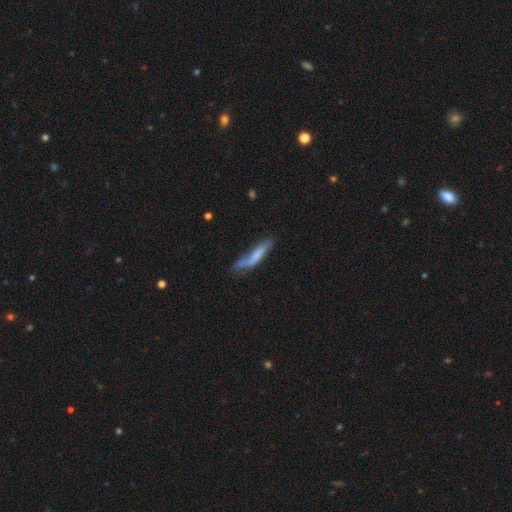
Smooth or featured: smooth — 56% (featured or disk — 38%)
How rounded: cigar-shaped — 82% (in between — 18%)
Merging: minor disturbance — 35% (none — 32%)